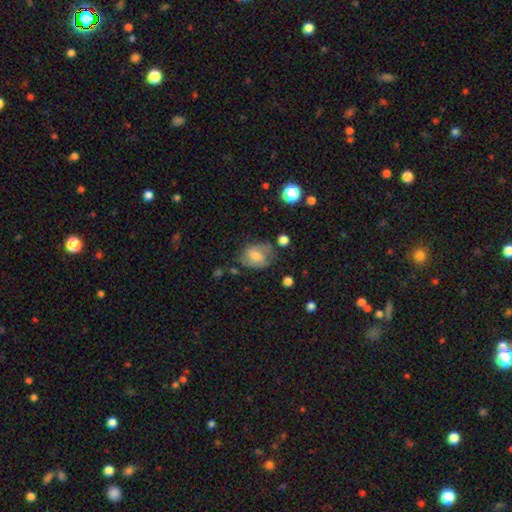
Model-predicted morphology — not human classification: Overall: smooth (52%; featured or disk 39%). How rounded: in between (60%; round 39%). Merging: none (55%; minor disturbance 27%).